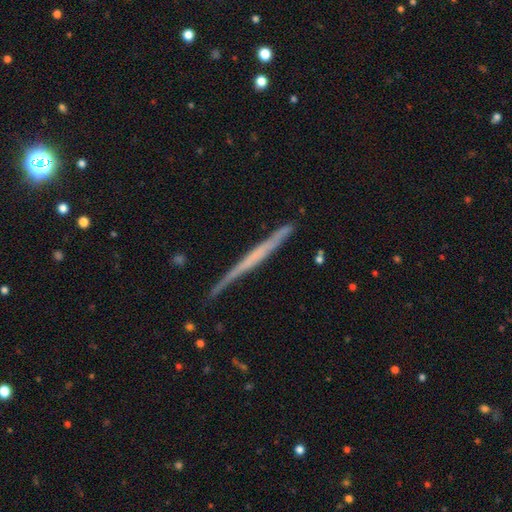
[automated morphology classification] smooth-or-featured: featured or disk: 63% | smooth: 31% | star or artifact: 6%
  disk-edge-on: yes: 98% | no: 2%
    edge-on-bulge: none: 84% | rounded: 9% | boxy: 7%
  merging: none: 85% | minor disturbance: 11% | major disturbance: 2% | merger: 2%